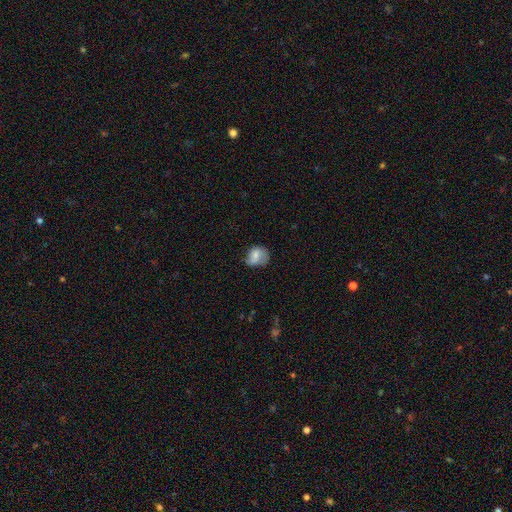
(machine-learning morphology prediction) Smooth or featured?
  - smooth: 66% *
  - featured or disk: 26%
  - star or artifact: 9%
How rounded?
  - round: 55% *
  - in between: 44%
  - cigar-shaped: 1%
Merging?
  - none: 50% *
  - minor disturbance: 33%
  - major disturbance: 15%
  - merger: 2%